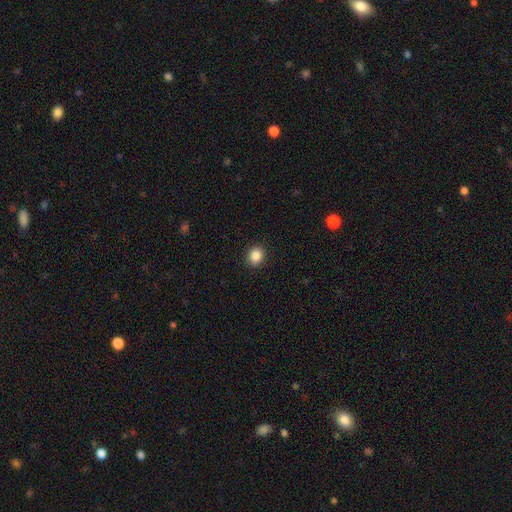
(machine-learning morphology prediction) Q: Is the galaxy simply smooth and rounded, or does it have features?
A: smooth — 86%.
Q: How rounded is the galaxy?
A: round — 76%.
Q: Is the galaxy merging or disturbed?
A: none — 91%.